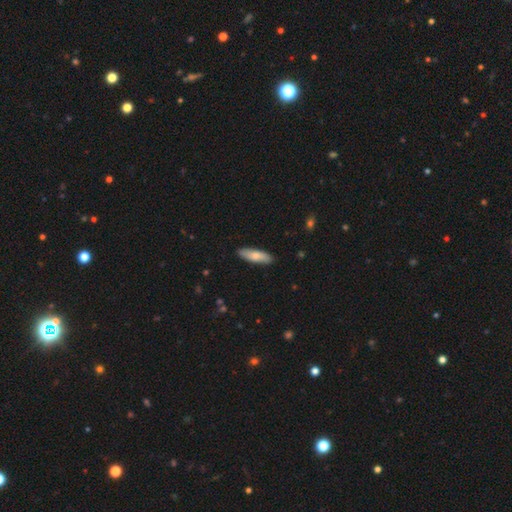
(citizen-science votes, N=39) Overall: smooth (72%). How rounded: in between (50%, tied with cigar-shaped). Merging: none (95%).